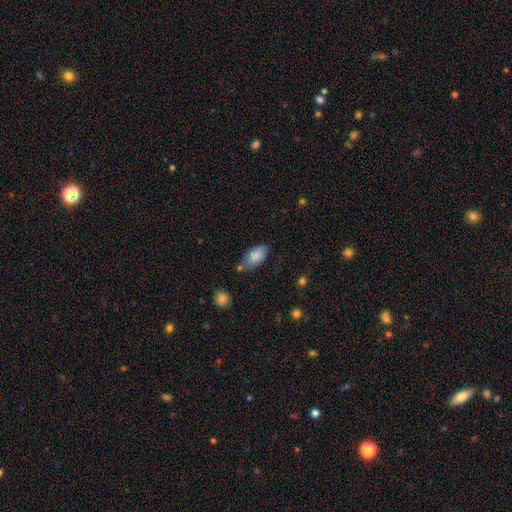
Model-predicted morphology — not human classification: Overall: smooth (84%). How rounded: in between (92%). Merging: none (61%; minor disturbance 25%).